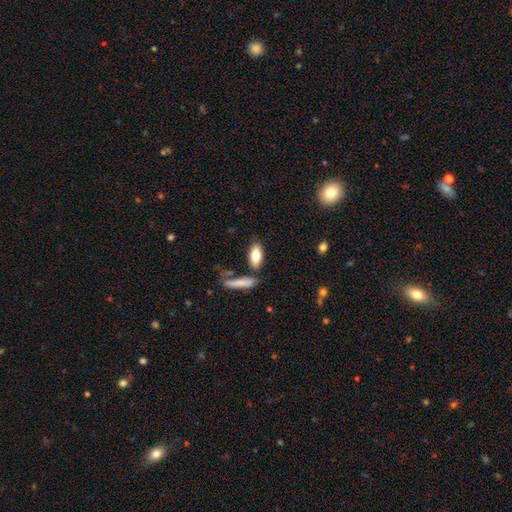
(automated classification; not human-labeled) A smooth galaxy with no disk features (77%) that is in between round and cigar-shaped (77%). Merging: none (71%).